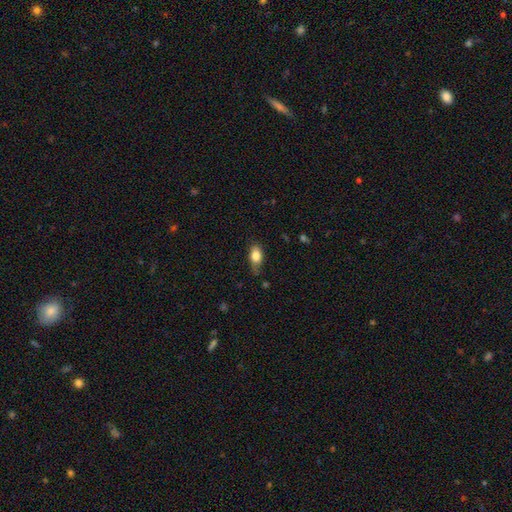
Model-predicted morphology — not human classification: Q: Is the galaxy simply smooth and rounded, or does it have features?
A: smooth — 81%.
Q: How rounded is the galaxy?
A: in between — 85%.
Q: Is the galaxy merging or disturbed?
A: none — 62%.